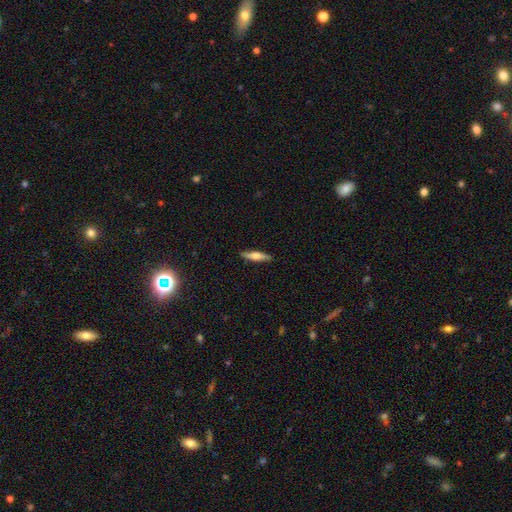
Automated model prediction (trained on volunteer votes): The model was most divided on "smooth or featured": featured or disk: 49%, smooth: 45%, star or artifact: 6%. More confident: merging — none (89%).